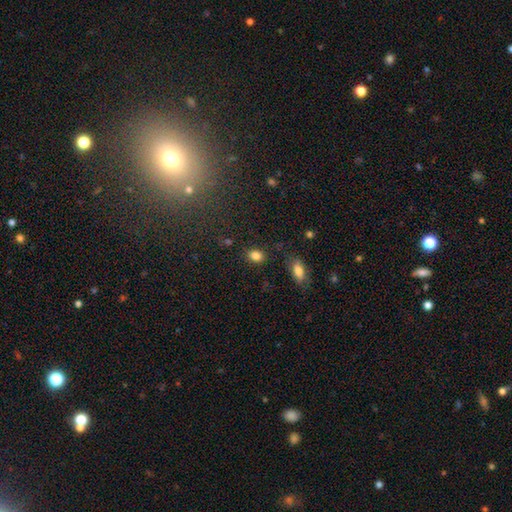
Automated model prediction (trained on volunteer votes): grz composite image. It shows a smooth galaxy with no disk features (85%) that is in between round and cigar-shaped (64%). Merging: none (84%).